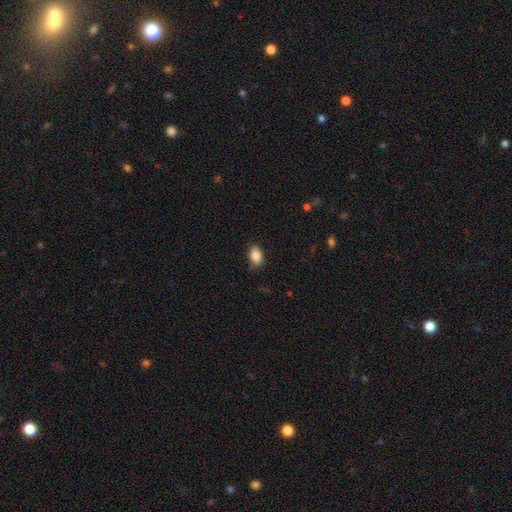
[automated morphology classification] A smooth galaxy with no disk features (87%) that is in between round and cigar-shaped (88%).

Vote fractions:
- Smooth or featured? smooth: 87% / star or artifact: 8% / featured or disk: 5%
- How rounded? in between: 88% / round: 10% / cigar-shaped: 2%
- Merging? none: 82% / minor disturbance: 14% / major disturbance: 3% / merger: 1%